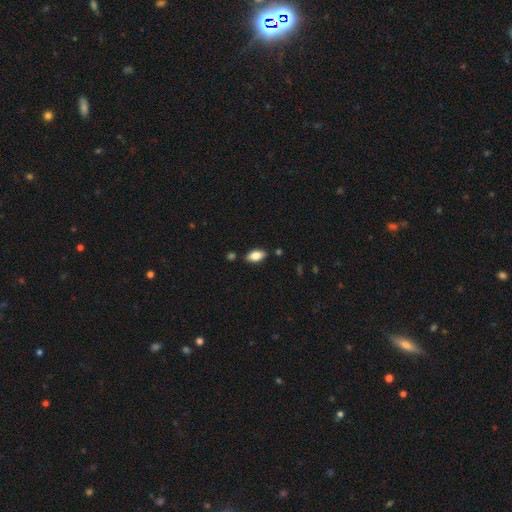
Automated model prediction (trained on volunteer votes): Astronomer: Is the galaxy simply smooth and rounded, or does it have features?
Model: smooth — 83%.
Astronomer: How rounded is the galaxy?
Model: in between — 92%.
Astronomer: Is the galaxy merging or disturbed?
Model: none — 85%.